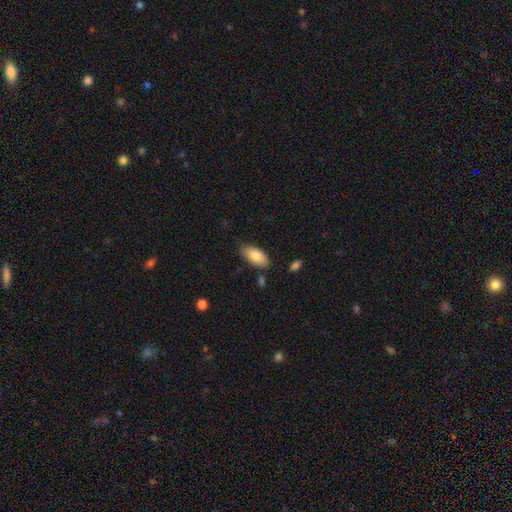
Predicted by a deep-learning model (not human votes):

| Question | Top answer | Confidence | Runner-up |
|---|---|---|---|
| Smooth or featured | smooth | 83% | featured or disk (11%) |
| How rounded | in between | 92% | cigar-shaped (6%) |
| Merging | none | 81% | minor disturbance (14%) |